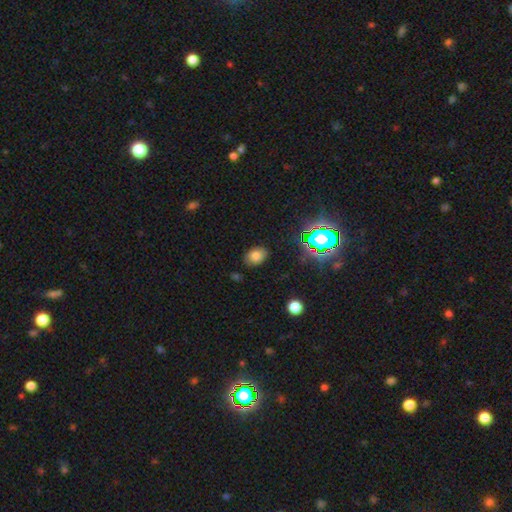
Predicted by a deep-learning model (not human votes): A smooth galaxy with no disk features (75%) that is in between round and cigar-shaped (79%). Merging: none (83%).